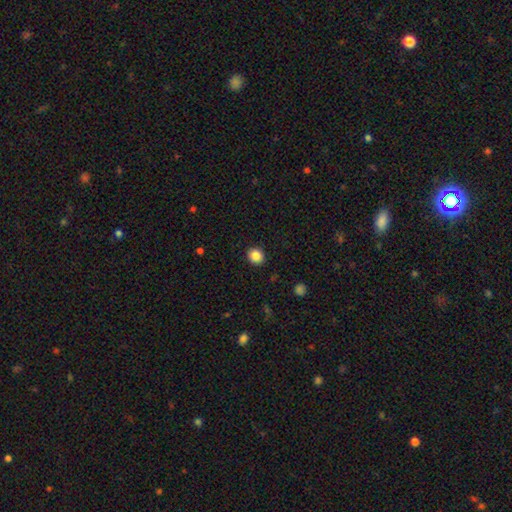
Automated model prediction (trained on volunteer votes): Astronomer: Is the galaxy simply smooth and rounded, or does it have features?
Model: smooth — 86%.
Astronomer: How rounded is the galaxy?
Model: round — 79%.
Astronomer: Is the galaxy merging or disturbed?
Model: none — 91%.